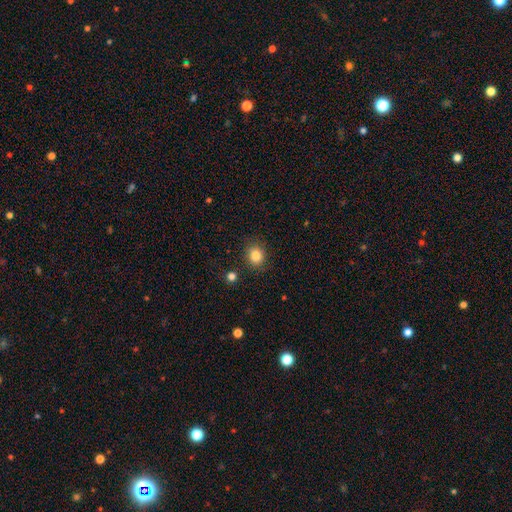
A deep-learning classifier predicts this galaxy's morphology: Smooth or featured?
  - smooth: 84% *
  - star or artifact: 11%
  - featured or disk: 5%
How rounded?
  - round: 73% *
  - in between: 26%
  - cigar-shaped: 1%
Merging?
  - none: 85% *
  - minor disturbance: 10%
  - major disturbance: 3%
  - merger: 2%